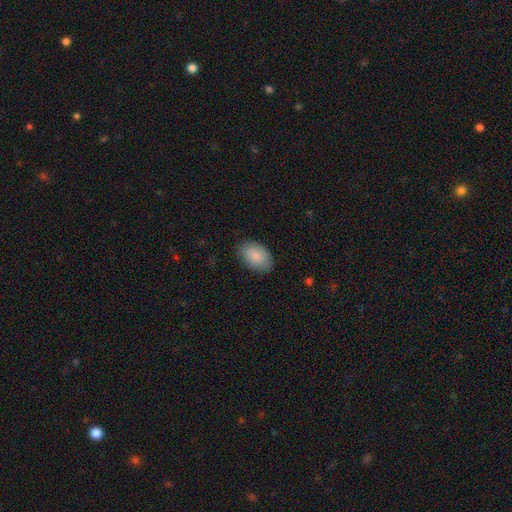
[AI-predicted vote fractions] Smooth or featured? smooth (88%)
How rounded? in between (90%)
Merging? none (82%)